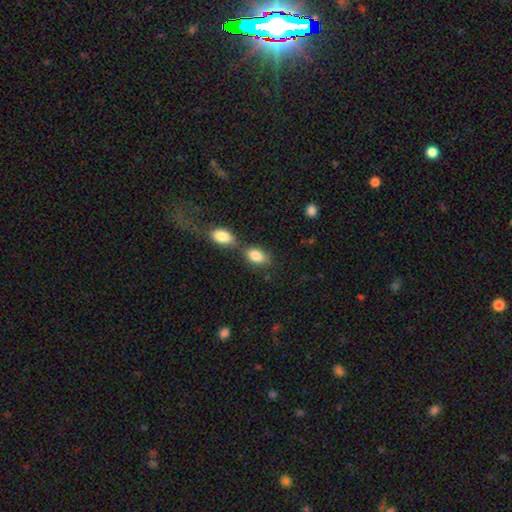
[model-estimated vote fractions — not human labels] Smooth or featured? Predicted: smooth (p=0.85). How rounded? Predicted: in between (p=0.88). Merging? Predicted: none (p=0.48).